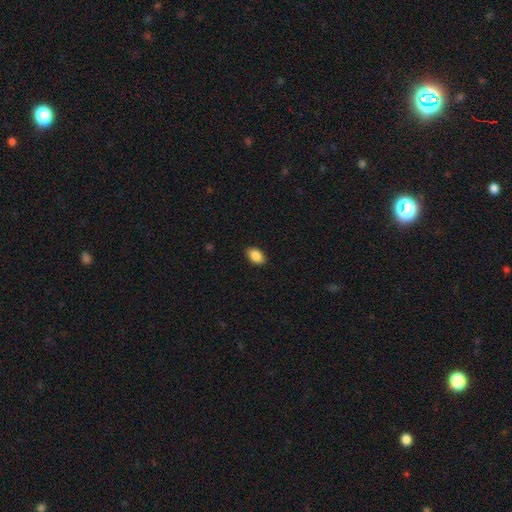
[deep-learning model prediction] smooth 89%, star or artifact 7%, featured or disk 4%. Down the decision tree: how rounded — in between (91%); merging — none (89%).